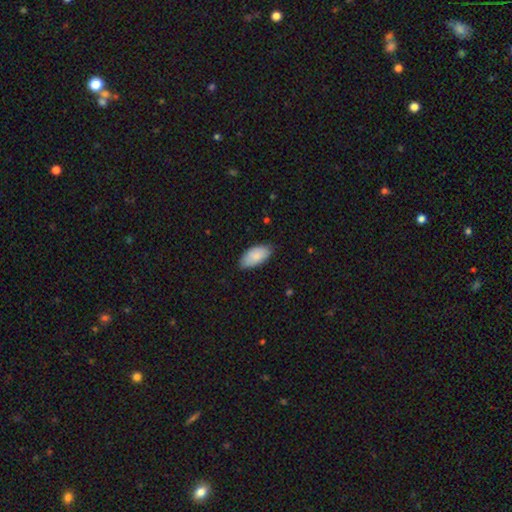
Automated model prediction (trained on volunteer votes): smooth 84%, featured or disk 10%, star or artifact 6%. Down the decision tree: how rounded — in between (95%); merging — none (76%).